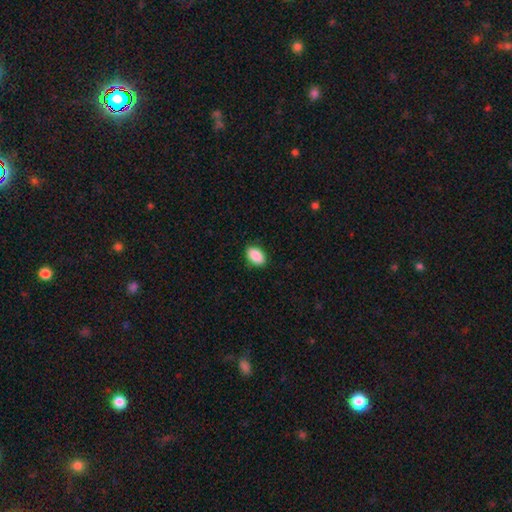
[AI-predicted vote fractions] smooth-or-featured: smooth: 90% | star or artifact: 7% | featured or disk: 3%
  how-rounded: in between: 90% | round: 9% | cigar-shaped: 1%
  merging: none: 88% | minor disturbance: 9% | major disturbance: 2% | merger: 1%